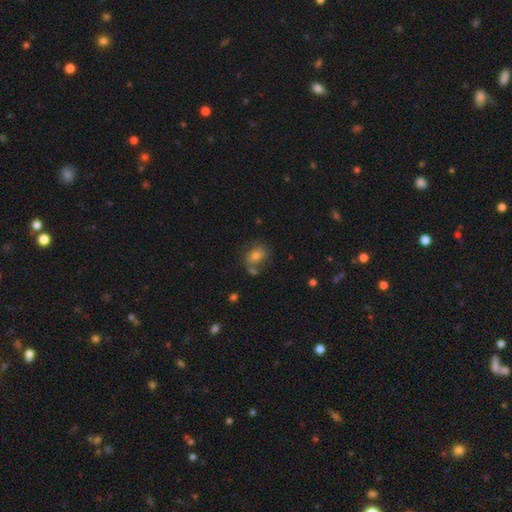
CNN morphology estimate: This appears to be a smooth galaxy with no disk features (70%) that is in between round and cigar-shaped (68%). Merging: none (58%).